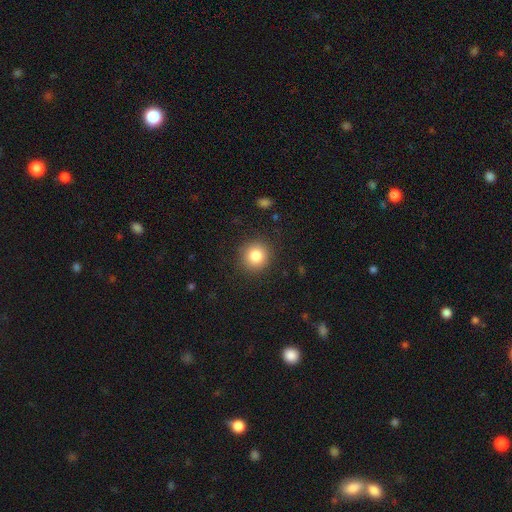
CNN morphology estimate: This appears to be a smooth galaxy with no disk features (82%) that is round (93%). Merging: none (90%).